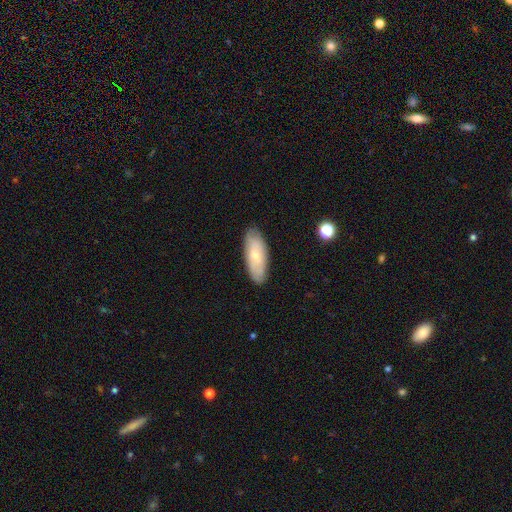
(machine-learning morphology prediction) Smooth or featured?
  - smooth: 64% *
  - featured or disk: 30%
  - star or artifact: 6%
How rounded?
  - in between: 75% *
  - cigar-shaped: 22%
  - round: 2%
Merging?
  - none: 84% *
  - minor disturbance: 12%
  - major disturbance: 2%
  - merger: 1%